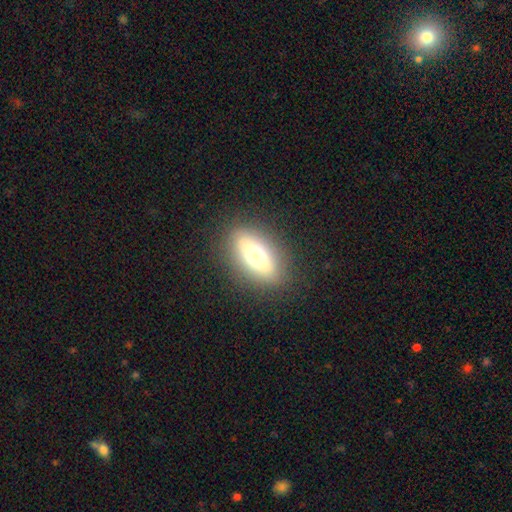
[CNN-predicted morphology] Smooth or featured? smooth (66%)
How rounded? in between (79%)
Merging? none (86%)